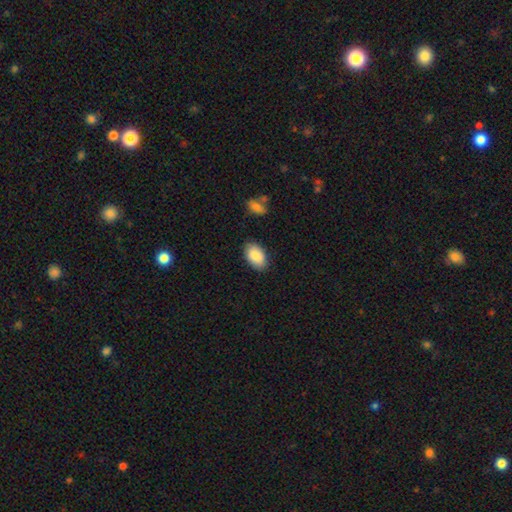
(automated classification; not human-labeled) Smooth or featured: smooth — 86% (featured or disk — 7%)
How rounded: in between — 93% (round — 6%)
Merging: none — 86% (minor disturbance — 11%)